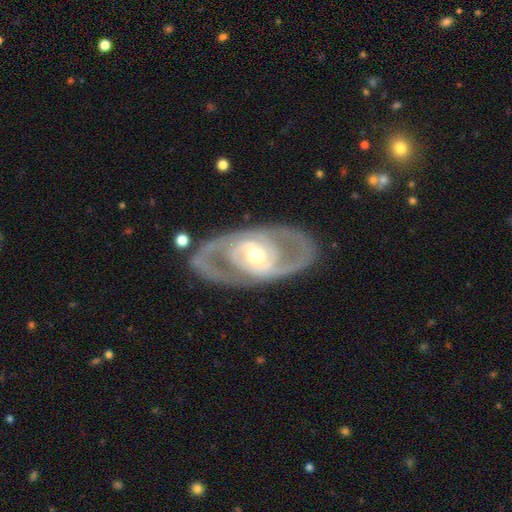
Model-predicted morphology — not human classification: A featured or disk galaxy (85%) with no bar (49%), 2 (79%) tight (44%) spiral arms (77%) and a moderate central bulge (68%). Merging: none (80%).